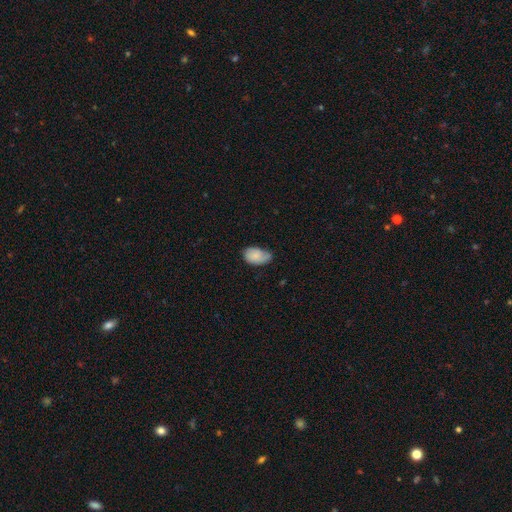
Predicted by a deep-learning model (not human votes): smooth 76%, featured or disk 17%, star or artifact 7%. Down the decision tree: how rounded — in between (91%); merging — none (45%).